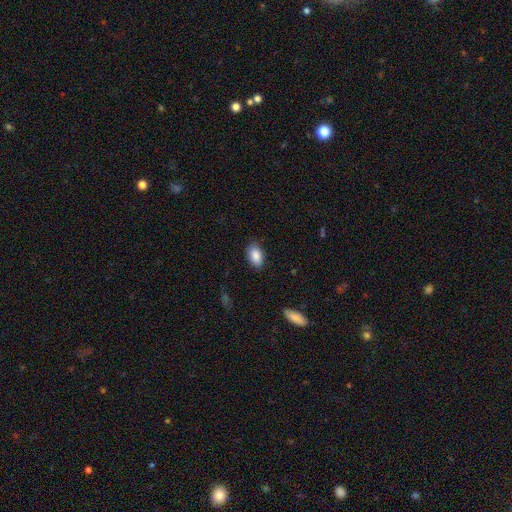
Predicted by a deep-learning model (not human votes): Smooth or featured? Predicted: smooth (p=0.87). How rounded? Predicted: in between (p=0.91). Merging? Predicted: none (p=0.84).